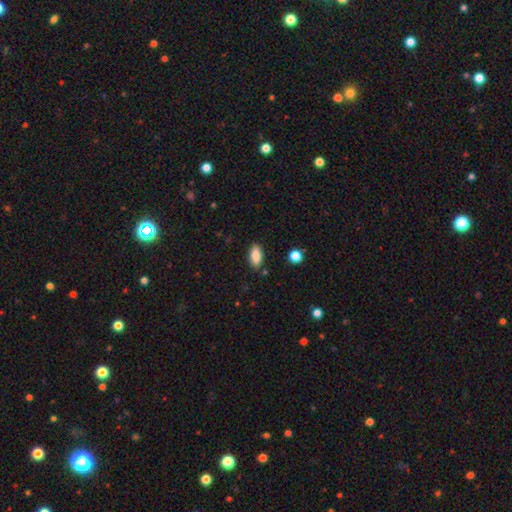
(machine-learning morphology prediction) Smooth or featured? Predicted: smooth (p=0.87). How rounded? Predicted: in between (p=0.89). Merging? Predicted: none (p=0.85).